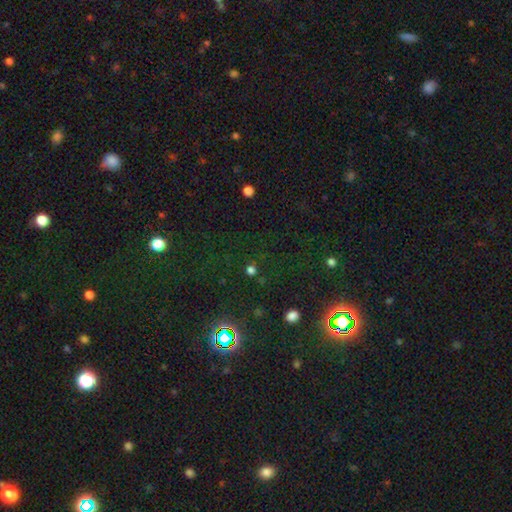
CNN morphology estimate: star or artifact 71%, smooth 21%, featured or disk 8%.